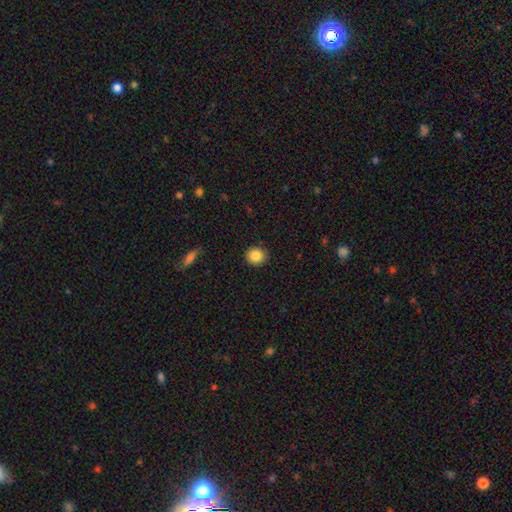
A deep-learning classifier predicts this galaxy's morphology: Smooth or featured?
  - smooth: 86% *
  - star or artifact: 9%
  - featured or disk: 5%
How rounded?
  - round: 86% *
  - in between: 13%
  - cigar-shaped: 1%
Merging?
  - none: 91% *
  - minor disturbance: 6%
  - major disturbance: 2%
  - merger: 1%